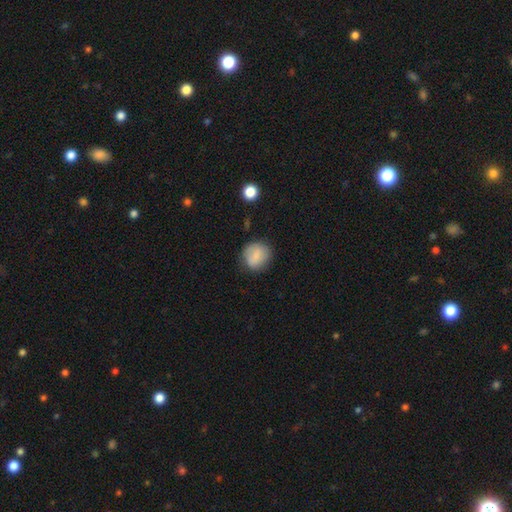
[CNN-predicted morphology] This appears to be a smooth galaxy with no disk features (82%) that is round (79%). Merging: none (75%).